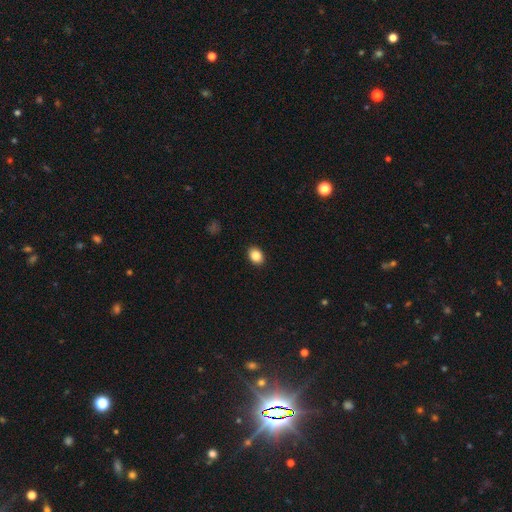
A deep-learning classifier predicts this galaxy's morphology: smooth_or_featured: smooth (p=0.86) [alt: star or artifact p=0.09]
how_rounded: in between (p=0.61) [alt: round p=0.38]
merging: none (p=0.91) [alt: minor disturbance p=0.06]